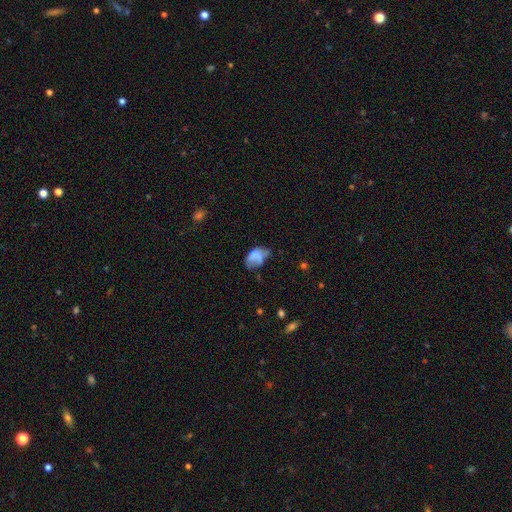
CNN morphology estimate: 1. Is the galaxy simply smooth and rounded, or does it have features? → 61% smooth, 27% featured or disk, 12% star or artifact.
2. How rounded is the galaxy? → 88% in between, 10% round, 2% cigar-shaped.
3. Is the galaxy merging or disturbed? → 32% none (tied), 32% minor disturbance (tied), 25% major disturbance, 11% merger.